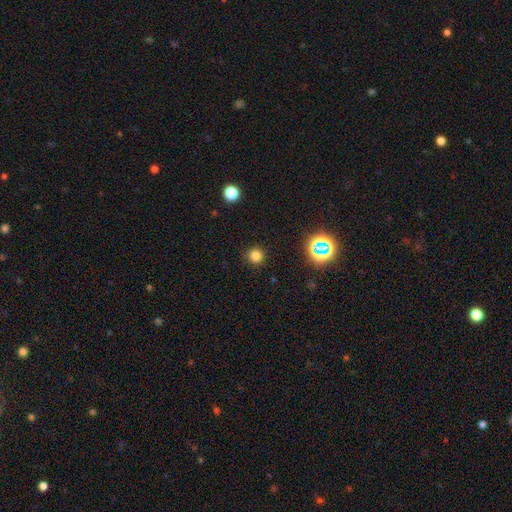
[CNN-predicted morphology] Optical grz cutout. It shows a smooth galaxy with no disk features (78%) that is round (94%). Merging: none (90%).